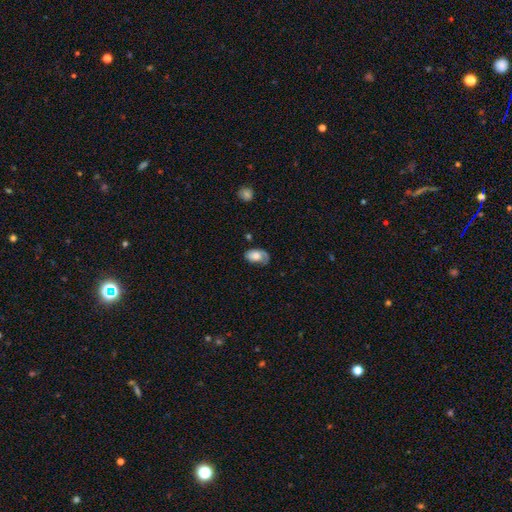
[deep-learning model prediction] Overall: smooth (56%; featured or disk 37%). How rounded: in between (91%). Merging: none (49%; minor disturbance 29%).